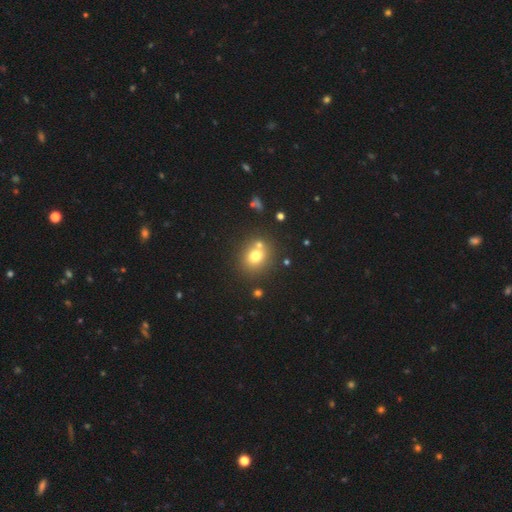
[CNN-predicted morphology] This is likely a smooth galaxy (73%). How rounded: likely round (71%). Merging: likely none (66%).